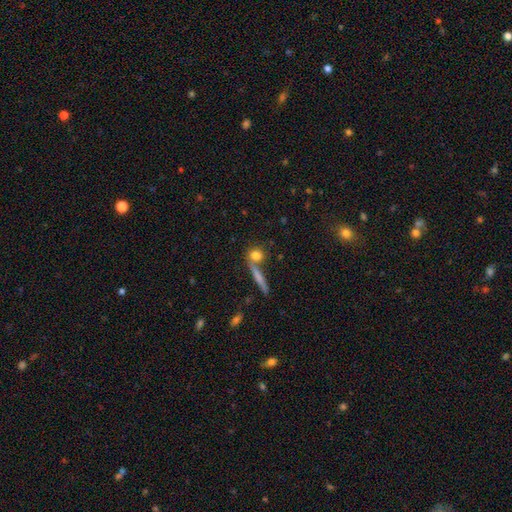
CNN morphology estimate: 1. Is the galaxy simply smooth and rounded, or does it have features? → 76% smooth, 14% featured or disk, 10% star or artifact.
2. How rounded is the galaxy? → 69% round, 17% in between, 14% cigar-shaped.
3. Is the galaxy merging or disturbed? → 62% none, 23% merger, 10% minor disturbance, 5% major disturbance.